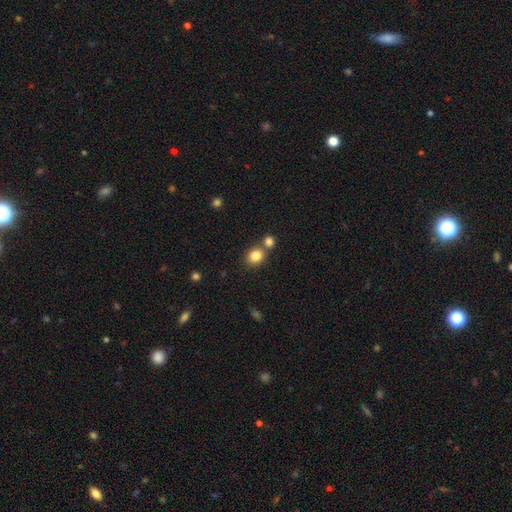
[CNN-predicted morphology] smooth 84%, star or artifact 10%, featured or disk 6%. Down the decision tree: how rounded — round (66%); merging — none (61%).